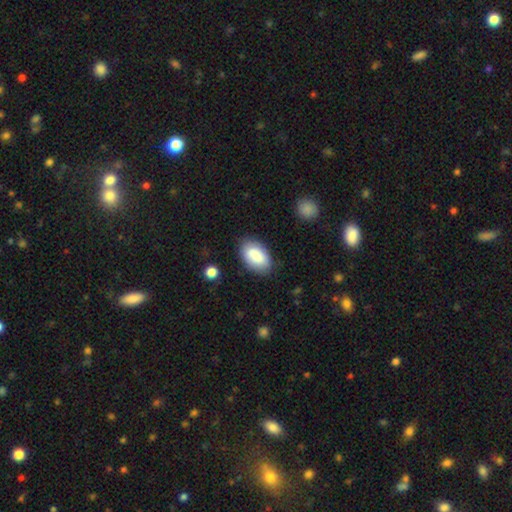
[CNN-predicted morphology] Q: Smooth or featured?
A: smooth (84%); runner-up: featured or disk (9%)
Q: How rounded?
A: in between (94%); runner-up: round (4%)
Q: Merging?
A: none (82%); runner-up: minor disturbance (13%)